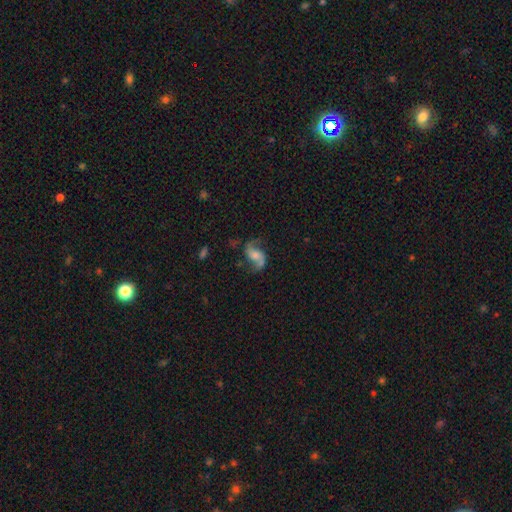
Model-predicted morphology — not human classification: This is clearly a featured or disk galaxy (82%). It is clearly not viewed edge-on (97%). Bar: possibly no (52%). Spiral arm pattern: clearly yes (95%). Spiral arm count: clearly 2 (92%). Spiral winding: likely loose (68%). Central bulge: marginally moderate (37%). Merging: likely none (70%).